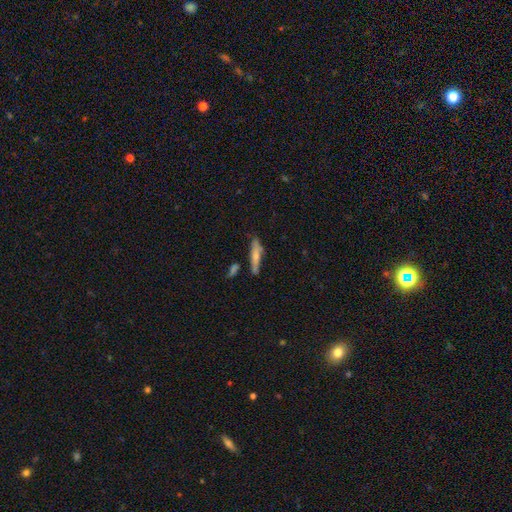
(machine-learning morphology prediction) smooth 62%, featured or disk 32%, star or artifact 7%. Down the decision tree: how rounded — cigar-shaped (84%); merging — none (67%).